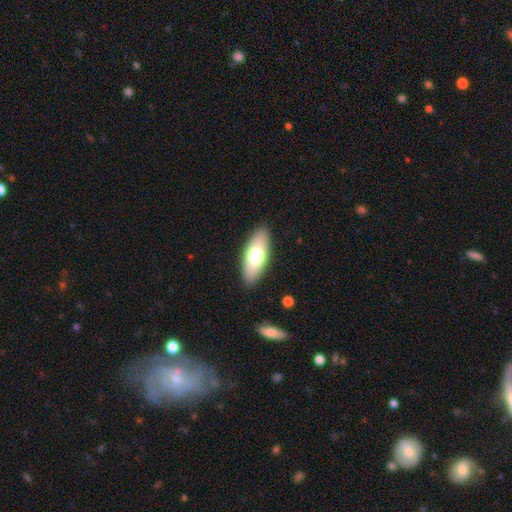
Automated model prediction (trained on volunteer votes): This is likely a smooth galaxy (65%). How rounded: likely in between (76%). Merging: clearly none (89%).